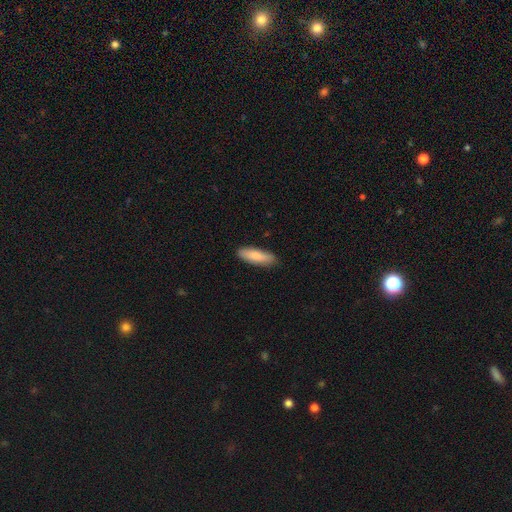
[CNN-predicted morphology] A smooth galaxy with no disk features (83%) that is in between round and cigar-shaped (50%). Merging: none (87%).